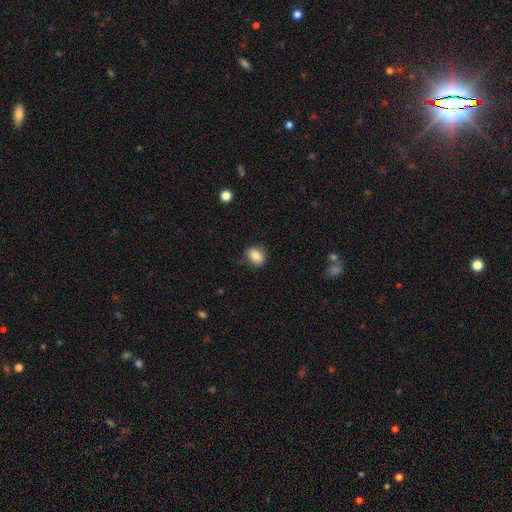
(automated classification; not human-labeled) This is clearly a smooth galaxy (83%). How rounded: possibly in between (59%). Merging: likely none (74%).